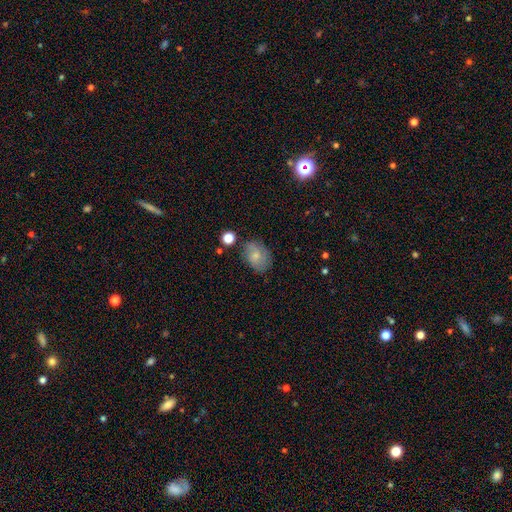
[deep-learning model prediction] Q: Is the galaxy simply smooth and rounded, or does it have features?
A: smooth — 65%.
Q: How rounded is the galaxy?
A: in between — 69%.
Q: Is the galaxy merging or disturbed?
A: none — 65%.